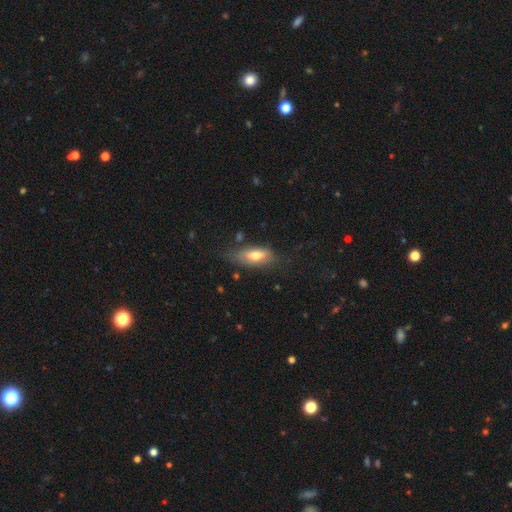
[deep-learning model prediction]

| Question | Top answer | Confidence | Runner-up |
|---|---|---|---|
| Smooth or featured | smooth | 65% | featured or disk (28%) |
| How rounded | in between | 77% | cigar-shaped (20%) |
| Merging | none | 63% | minor disturbance (25%) |